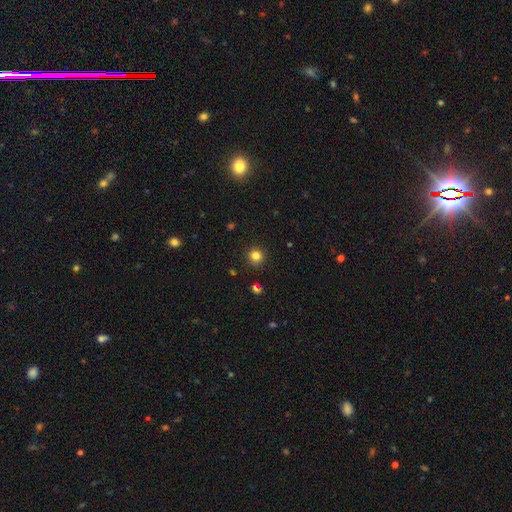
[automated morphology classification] Smooth or featured? Predicted: smooth (p=0.81). How rounded? Predicted: round (p=0.92). Merging? Predicted: none (p=0.90).